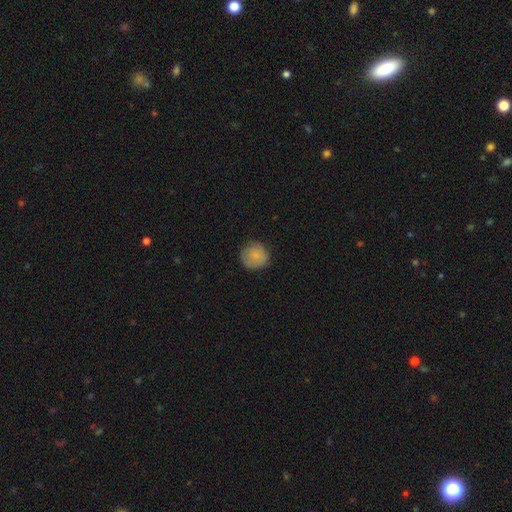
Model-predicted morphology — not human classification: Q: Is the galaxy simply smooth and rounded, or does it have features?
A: smooth — 83%.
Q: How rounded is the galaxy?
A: round — 89%.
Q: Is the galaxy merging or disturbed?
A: none — 78%.